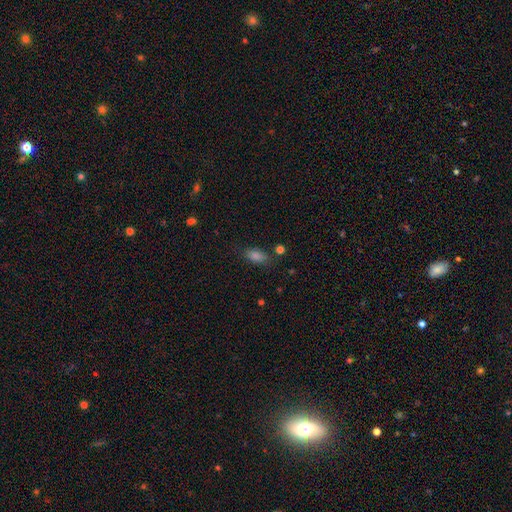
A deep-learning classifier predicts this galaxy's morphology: This is likely a smooth galaxy (79%). How rounded: clearly in between (83%). Merging: likely none (77%).